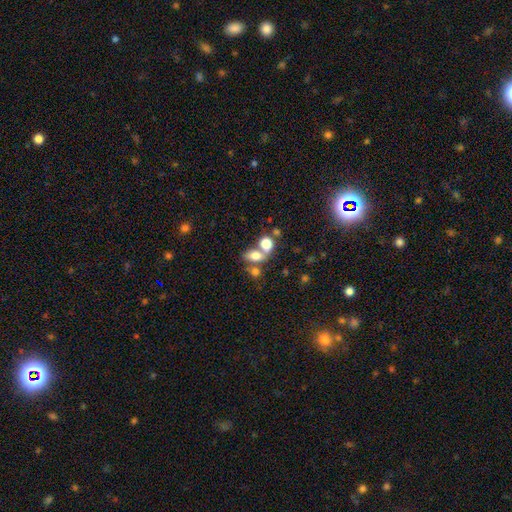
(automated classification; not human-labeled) Smooth or featured? Predicted: smooth (p=0.72). How rounded? Predicted: in between (p=0.69). Merging? Predicted: merger (p=0.50).